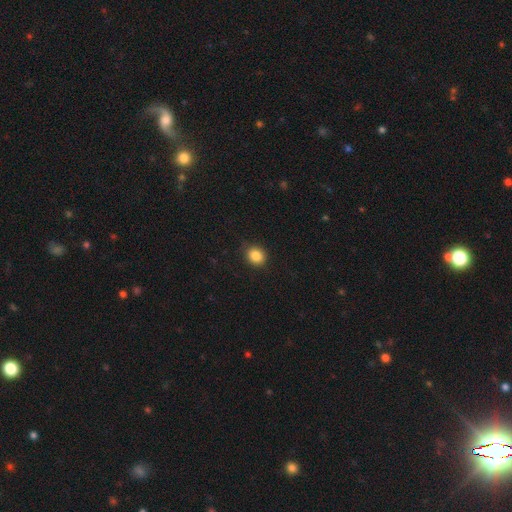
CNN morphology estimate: Q: Smooth or featured?
A: smooth (86%); runner-up: star or artifact (10%)
Q: How rounded?
A: round (64%); runner-up: in between (35%)
Q: Merging?
A: none (85%); runner-up: minor disturbance (12%)